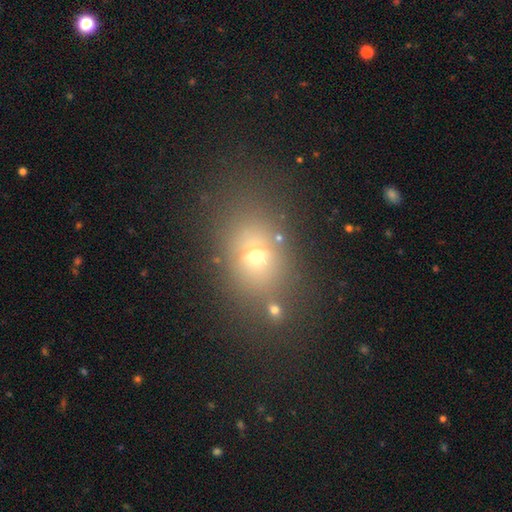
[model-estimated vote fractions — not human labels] smooth_or_featured: smooth (p=0.62) [alt: star or artifact p=0.22]
how_rounded: in between (p=0.64) [alt: round p=0.34]
merging: none (p=0.73) [alt: minor disturbance p=0.14]